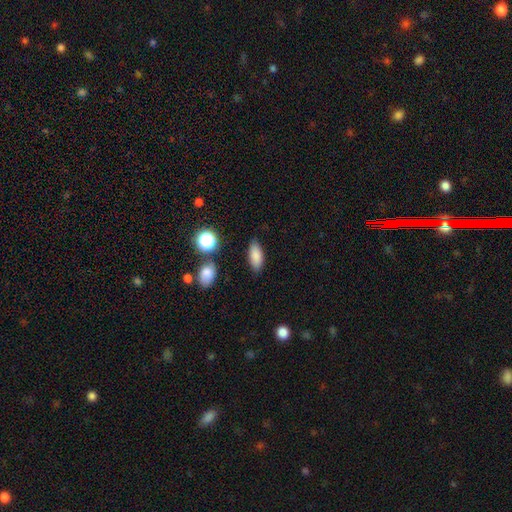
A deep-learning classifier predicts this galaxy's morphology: smooth_or_featured: smooth (p=0.85) [alt: star or artifact p=0.09]
how_rounded: in between (p=0.83) [alt: cigar-shaped p=0.13]
merging: none (p=0.84) [alt: minor disturbance p=0.11]